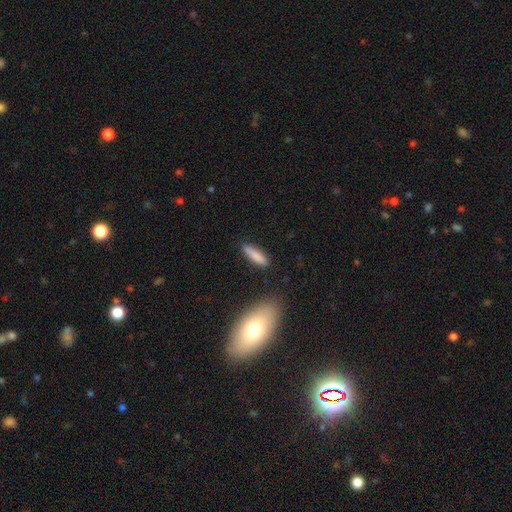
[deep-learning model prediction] smooth 84%, featured or disk 9%, star or artifact 7%. Down the decision tree: how rounded — cigar-shaped (70%); merging — none (84%).